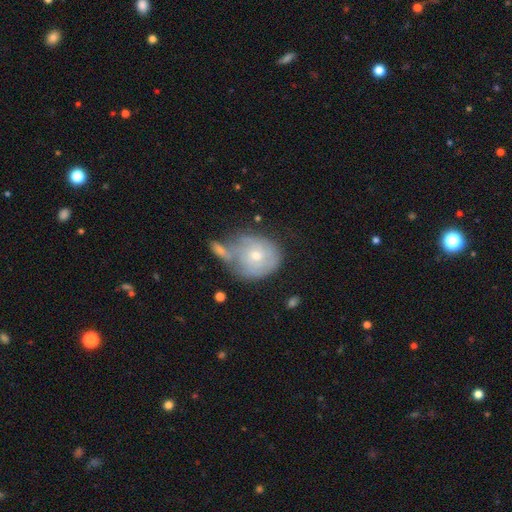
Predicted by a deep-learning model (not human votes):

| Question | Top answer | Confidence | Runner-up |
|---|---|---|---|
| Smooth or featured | featured or disk | 52% | smooth (40%) |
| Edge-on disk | no | 96% | yes (4%) |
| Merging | none | 39% | merger (30%) |